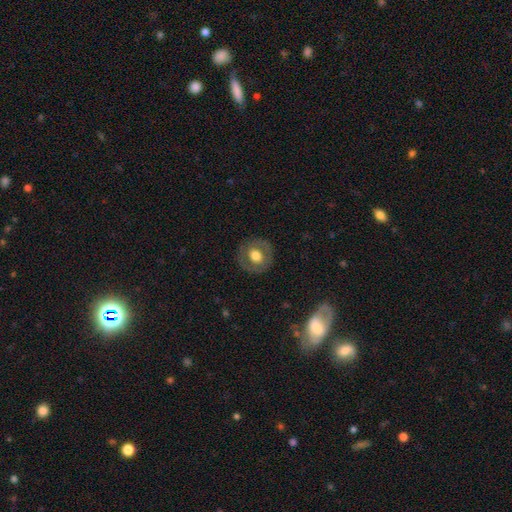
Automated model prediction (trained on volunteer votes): A smooth galaxy with no disk features (56%) that is round (84%).

Vote fractions:
- Smooth or featured? smooth: 56% / featured or disk: 37% / star or artifact: 7%
- How rounded? round: 84% / in between: 15% / cigar-shaped: 1%
- Merging? none: 85% / minor disturbance: 10% / major disturbance: 4% / merger: 1%